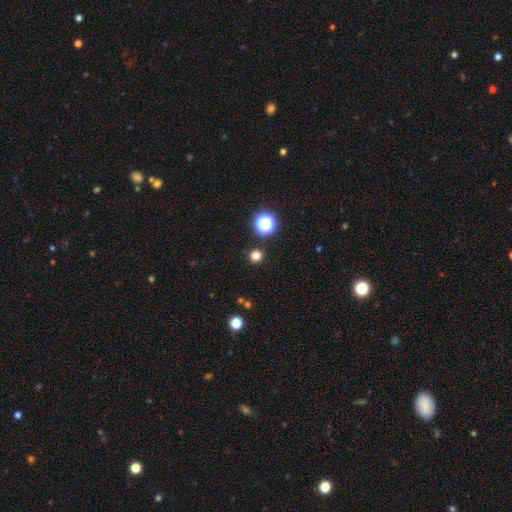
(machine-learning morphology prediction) Overall: smooth (77%). How rounded: round (94%). Merging: none (91%).